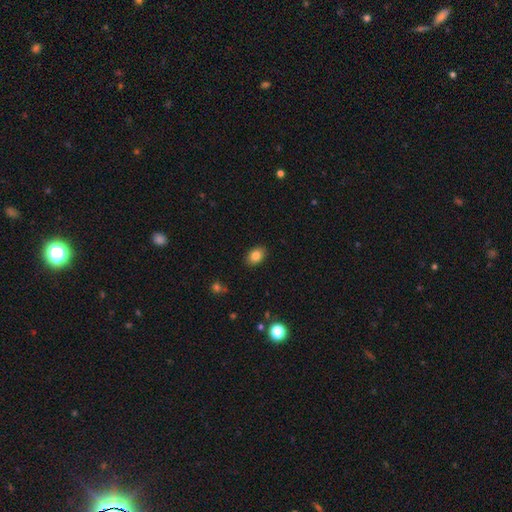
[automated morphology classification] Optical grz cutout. It shows a smooth galaxy with no disk features (83%) that is in between round and cigar-shaped (79%). Merging: none (88%).